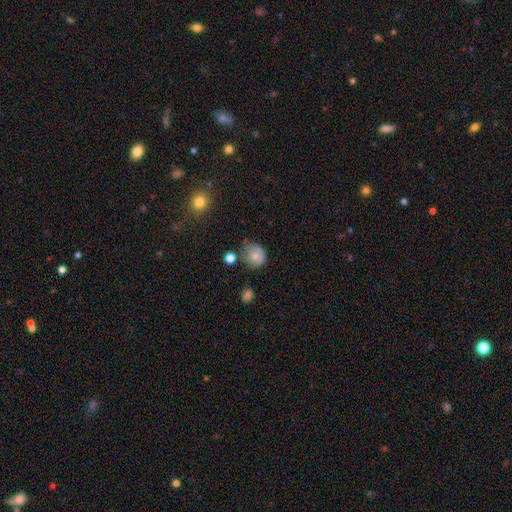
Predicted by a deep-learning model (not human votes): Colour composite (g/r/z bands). It shows a smooth galaxy with no disk features (68%) that is round (71%). Merging: none (50%).